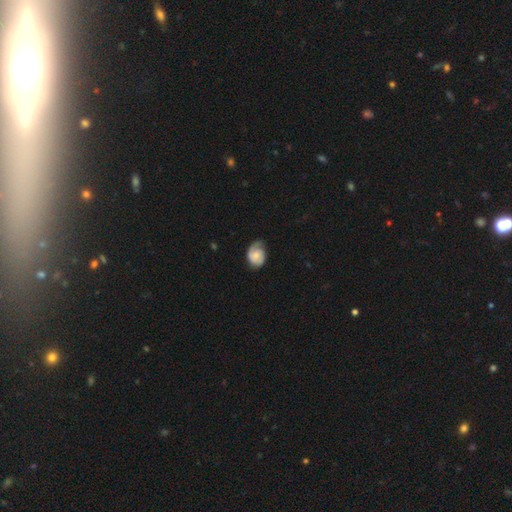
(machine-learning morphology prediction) A featured or disk galaxy (54%) with no bar (68%), spiral arms (89%) and a small central bulge (49%).

Vote fractions:
- Smooth or featured? featured or disk: 54% / smooth: 39% / star or artifact: 7%
- Edge-on disk? no: 97% / yes: 3%
- Bar? no: 68% / weak: 28% / strong: 4%
- Spiral arms? yes: 89% / no: 11%
- Bulge size? small: 49% / moderate: 34% / none: 11% / large: 4% / dominant: 1%
- Merging? none: 56% / minor disturbance: 31% / major disturbance: 12% / merger: 1%